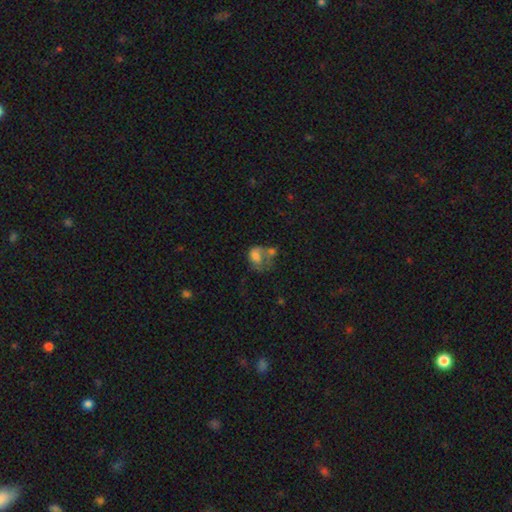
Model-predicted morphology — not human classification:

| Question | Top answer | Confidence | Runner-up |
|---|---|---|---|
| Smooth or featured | smooth | 57% | featured or disk (32%) |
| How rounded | in between | 64% | round (34%) |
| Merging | merger | 38% | major disturbance (30%) |